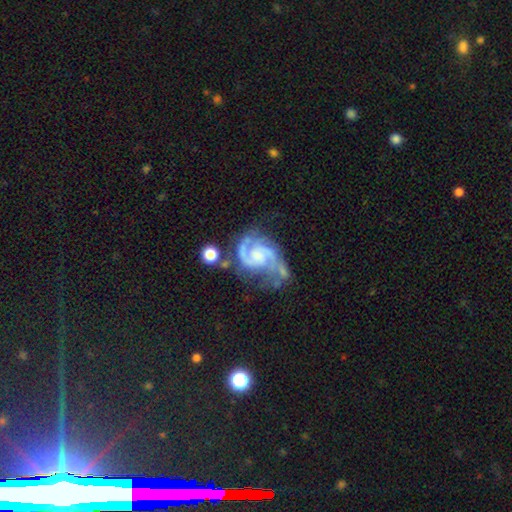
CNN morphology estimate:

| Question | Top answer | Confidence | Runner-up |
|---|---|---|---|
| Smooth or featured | featured or disk | 90% | star or artifact (6%) |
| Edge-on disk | no | 98% | yes (2%) |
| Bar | no | 55% | weak (36%) |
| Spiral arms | yes | 98% | no (2%) |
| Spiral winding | medium | 57% | tight (31%) |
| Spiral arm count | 2 | 84% | 3 (8%) |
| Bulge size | small | 51% | moderate (29%) |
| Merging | none | 54% | minor disturbance (24%) |